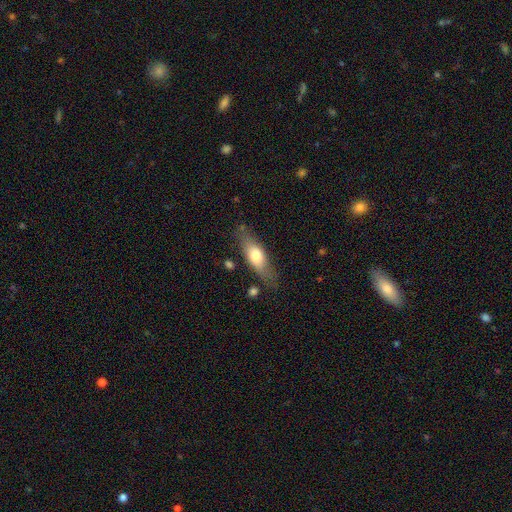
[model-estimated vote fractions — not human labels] Morphology: type=smooth (64%); roundness=in between (62%); merging=none (74%).